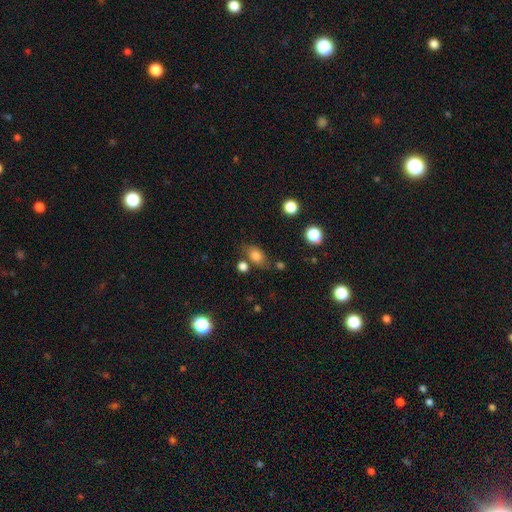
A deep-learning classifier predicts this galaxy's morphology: smooth 79%, star or artifact 11%, featured or disk 10%. Down the decision tree: how rounded — in between (79%); merging — none (67%).